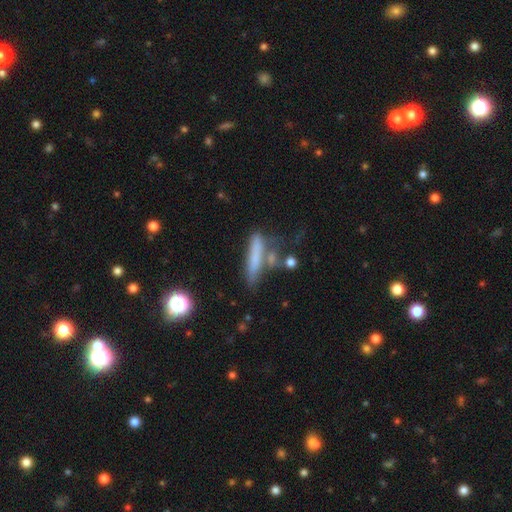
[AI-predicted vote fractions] Smooth or featured? Predicted: smooth (p=0.63). How rounded? Predicted: cigar-shaped (p=0.84). Merging? Predicted: none (p=0.49).